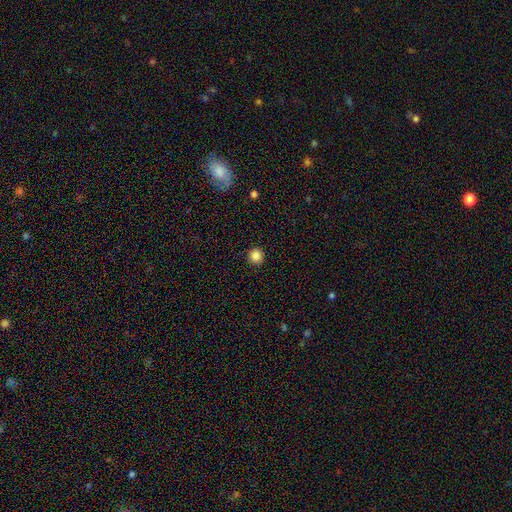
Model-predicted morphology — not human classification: Q: Smooth or featured?
A: smooth (86%); runner-up: star or artifact (11%)
Q: How rounded?
A: round (94%); runner-up: in between (5%)
Q: Merging?
A: none (92%); runner-up: minor disturbance (5%)